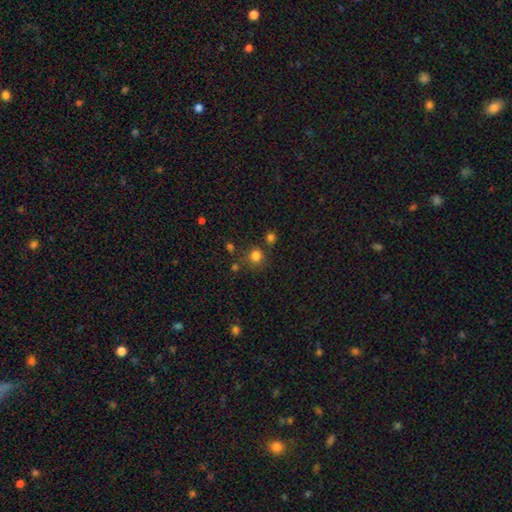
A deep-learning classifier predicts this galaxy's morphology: A smooth galaxy with no disk features (79%) that is round (89%).

Vote fractions:
- Smooth or featured? smooth: 79% / star or artifact: 16% / featured or disk: 5%
- How rounded? round: 89% / in between: 10% / cigar-shaped: 1%
- Merging? none: 75% / merger: 11% / minor disturbance: 10% / major disturbance: 4%